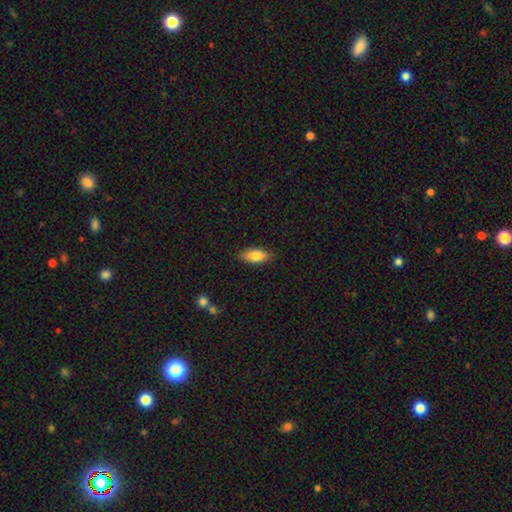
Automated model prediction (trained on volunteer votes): smooth-or-featured: smooth: 83% | featured or disk: 10% | star or artifact: 7%
  how-rounded: in between: 85% | cigar-shaped: 13% | round: 3%
  merging: none: 86% | minor disturbance: 11% | major disturbance: 2% | merger: 1%